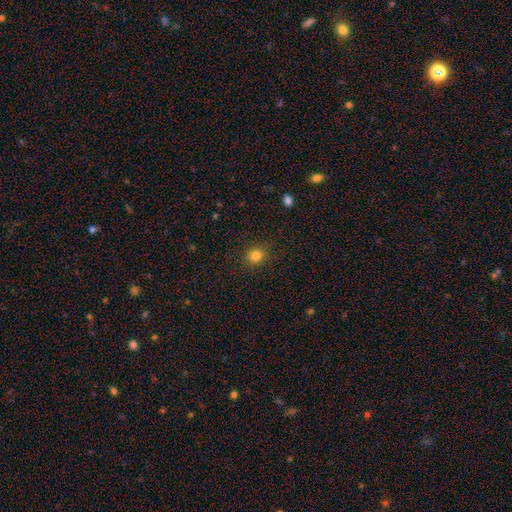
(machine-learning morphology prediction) Smooth or featured?
  - smooth: 82% *
  - star or artifact: 13%
  - featured or disk: 5%
How rounded?
  - round: 83% *
  - in between: 16%
  - cigar-shaped: 1%
Merging?
  - none: 88% *
  - minor disturbance: 8%
  - major disturbance: 3%
  - merger: 1%